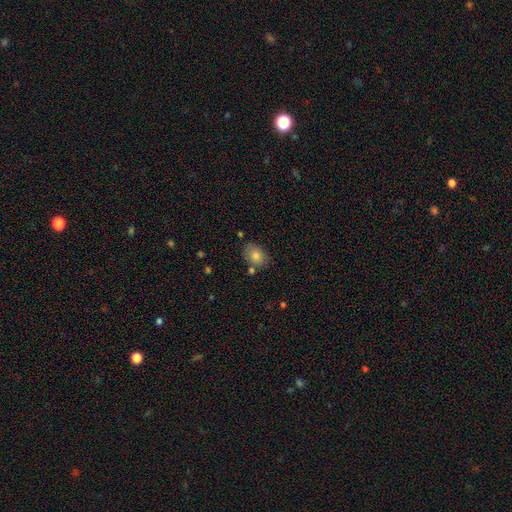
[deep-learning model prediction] Smooth or featured? smooth (80%)
How rounded? in between (73%)
Merging? none (74%)